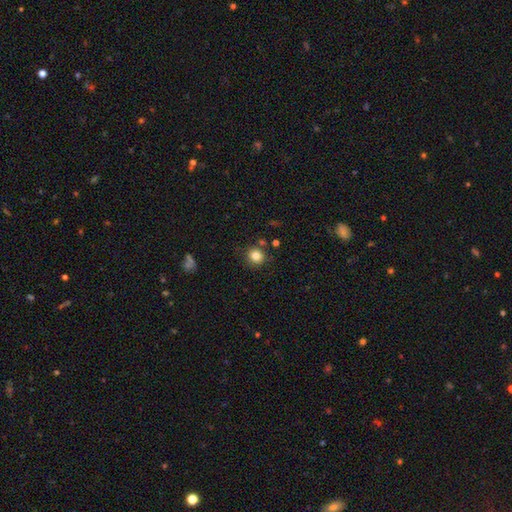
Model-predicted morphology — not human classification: Smooth or featured? smooth (83%)
How rounded? round (90%)
Merging? none (83%)